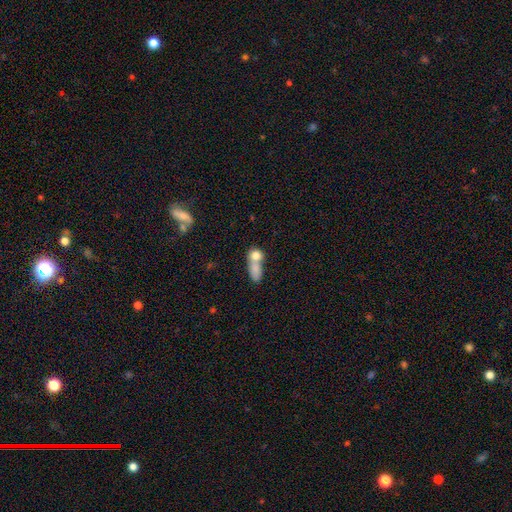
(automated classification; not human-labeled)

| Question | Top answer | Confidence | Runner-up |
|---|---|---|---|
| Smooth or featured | smooth | 76% | featured or disk (14%) |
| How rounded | round | 48% | in between (43%) |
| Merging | merger | 57% | none (27%) |